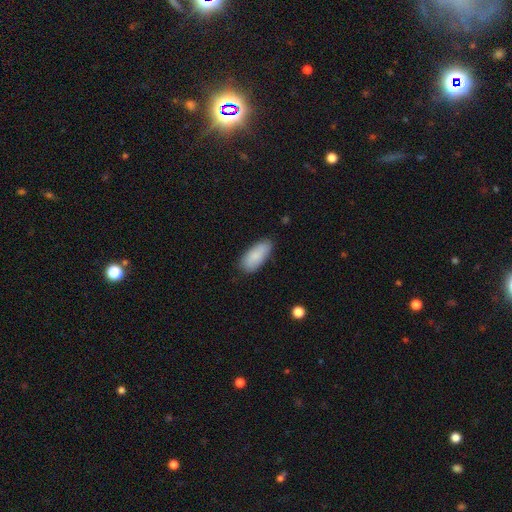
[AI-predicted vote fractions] Smooth or featured? smooth (84%)
How rounded? in between (88%)
Merging? none (80%)